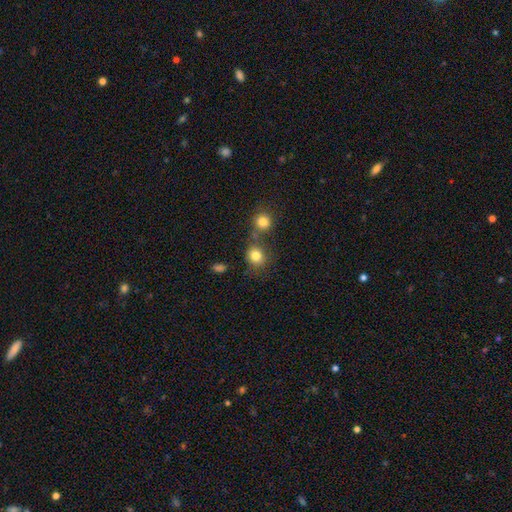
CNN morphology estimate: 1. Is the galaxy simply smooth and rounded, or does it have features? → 81% smooth, 12% star or artifact, 7% featured or disk.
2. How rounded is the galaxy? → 78% round, 21% in between, 1% cigar-shaped.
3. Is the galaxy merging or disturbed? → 59% none, 23% merger, 12% minor disturbance, 5% major disturbance.